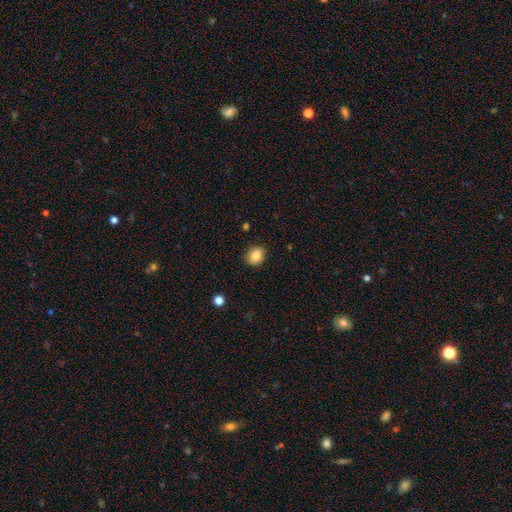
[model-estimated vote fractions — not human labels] Smooth or featured? Predicted: smooth (p=0.86). How rounded? Predicted: round (p=0.59). Merging? Predicted: none (p=0.87).